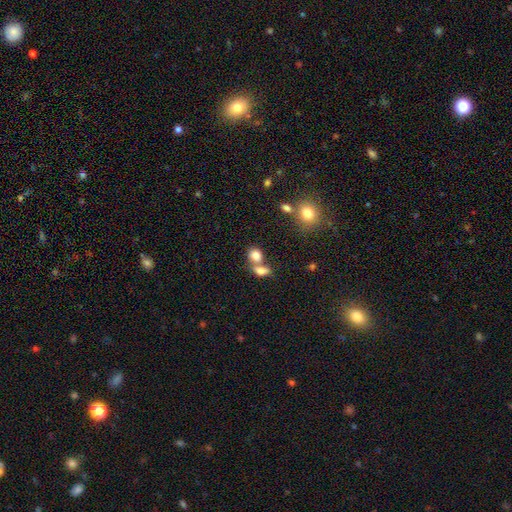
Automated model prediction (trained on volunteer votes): A smooth galaxy with no disk features (80%) that is round (52%).

Vote fractions:
- Smooth or featured? smooth: 80% / star or artifact: 11% / featured or disk: 10%
- How rounded? round: 52% / in between: 45% / cigar-shaped: 2%
- Merging? merger: 52% / none: 35% / minor disturbance: 8% / major disturbance: 4%